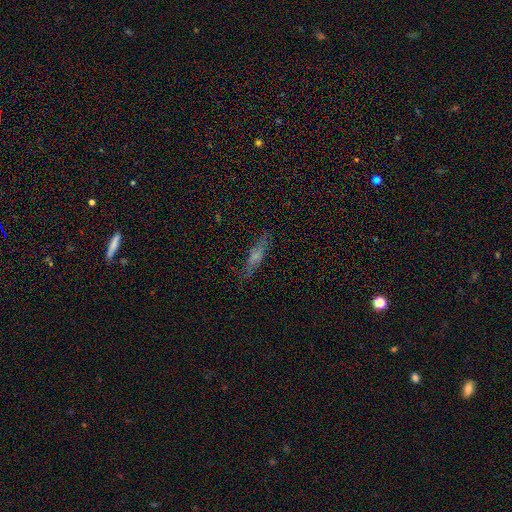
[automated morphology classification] Q: Smooth or featured?
A: smooth (55%); runner-up: featured or disk (33%)
Q: How rounded?
A: cigar-shaped (73%); runner-up: in between (25%)
Q: Merging?
A: none (80%); runner-up: minor disturbance (14%)